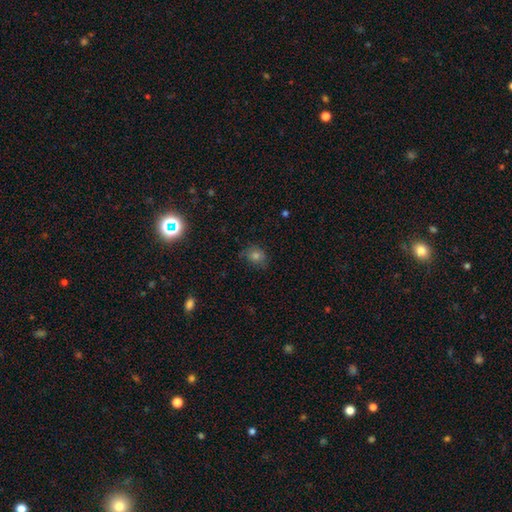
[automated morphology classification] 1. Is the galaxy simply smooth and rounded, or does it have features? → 63% smooth, 25% star or artifact, 12% featured or disk.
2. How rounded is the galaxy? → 60% round, 39% in between, 1% cigar-shaped.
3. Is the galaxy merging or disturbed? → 75% none, 18% minor disturbance, 6% major disturbance, 1% merger.